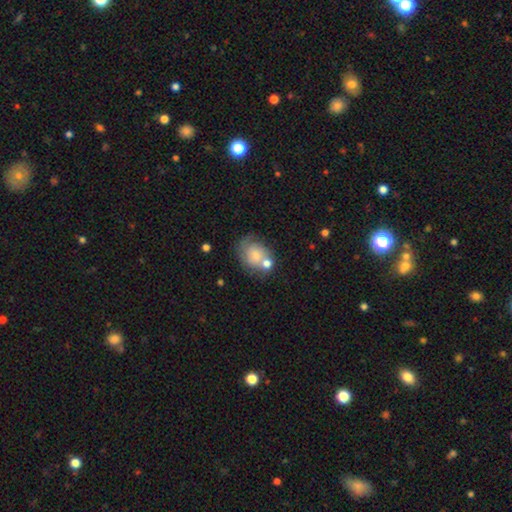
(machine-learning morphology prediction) A smooth galaxy with no disk features (63%) that is round (53%).

Vote fractions:
- Smooth or featured? smooth: 63% / featured or disk: 29% / star or artifact: 9%
- How rounded? round: 53% / in between: 46% / cigar-shaped: 1%
- Merging? none: 41% / merger: 26% / minor disturbance: 21% / major disturbance: 12%